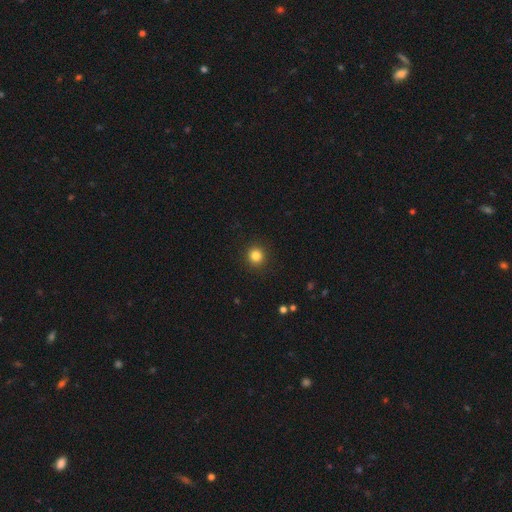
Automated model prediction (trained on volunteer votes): smooth 83%, star or artifact 12%, featured or disk 5%. Down the decision tree: how rounded — round (93%); merging — none (92%).